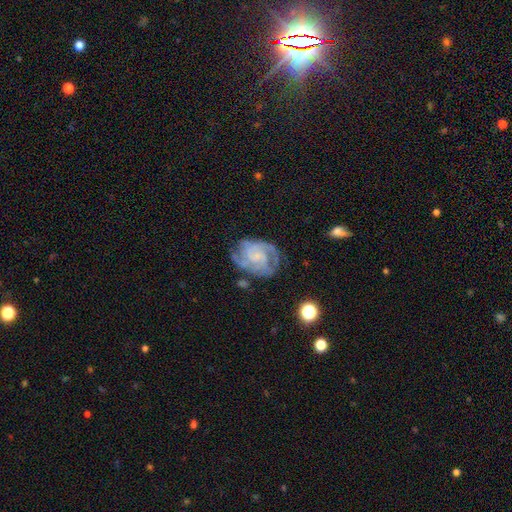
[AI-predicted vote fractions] This is clearly a featured or disk galaxy (84%). It is clearly not viewed edge-on (98%). Bar: possibly no (57%). Spiral arm pattern: clearly yes (96%). Spiral arm count: marginally 2 (35%). Spiral winding: possibly tight (53%). Central bulge: possibly small (54%). Merging: likely none (66%).